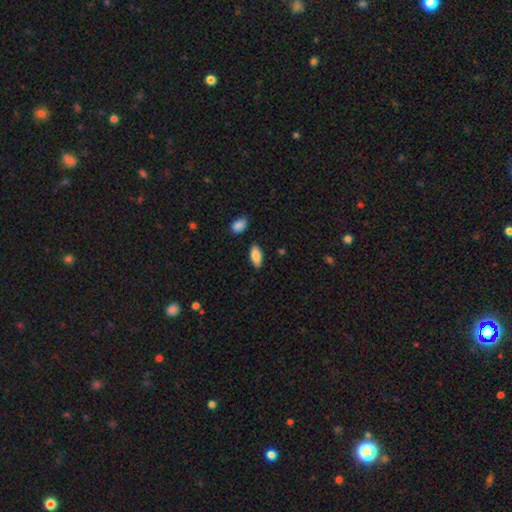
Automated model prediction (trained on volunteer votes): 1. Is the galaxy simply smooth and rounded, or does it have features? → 85% smooth, 9% featured or disk, 6% star or artifact.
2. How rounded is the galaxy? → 87% in between, 11% cigar-shaped, 2% round.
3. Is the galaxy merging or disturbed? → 84% none, 11% minor disturbance, 2% merger, 2% major disturbance.